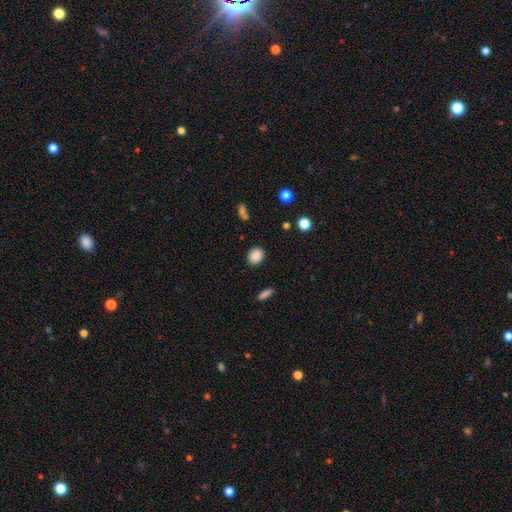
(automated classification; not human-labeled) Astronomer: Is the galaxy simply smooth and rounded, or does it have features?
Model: smooth — 87%.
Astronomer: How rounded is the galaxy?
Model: round — 55% (runner-up: in between, 44%).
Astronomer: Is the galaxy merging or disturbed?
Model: none — 88%.